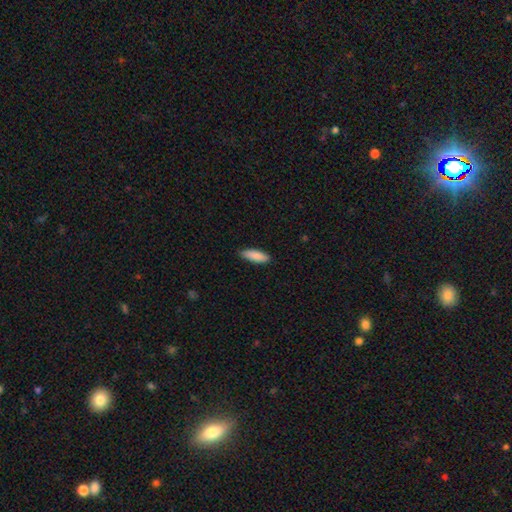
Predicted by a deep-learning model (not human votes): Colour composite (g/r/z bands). It shows a smooth galaxy with no disk features (89%) that is in between round and cigar-shaped (55%). Merging: none (86%).